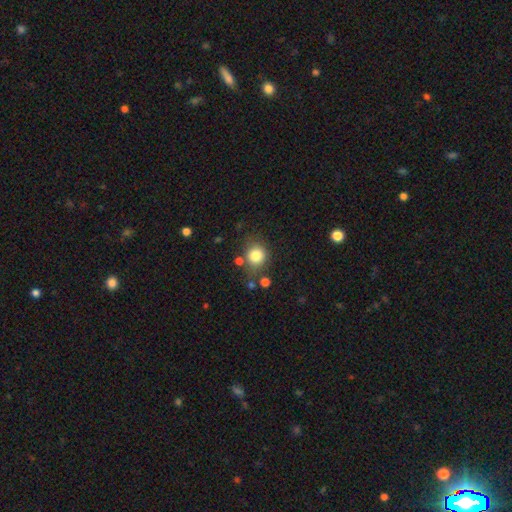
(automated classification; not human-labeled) Overall: smooth (81%). How rounded: round (81%). Merging: none (73%).